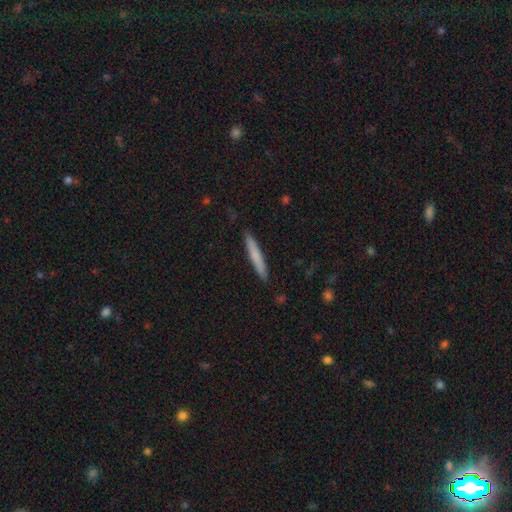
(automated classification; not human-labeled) A smooth galaxy with no disk features (71%) that is cigar-shaped (96%).

Vote fractions:
- Smooth or featured? smooth: 71% / featured or disk: 23% / star or artifact: 6%
- How rounded? cigar-shaped: 96% / in between: 3% / round: 1%
- Merging? none: 91% / minor disturbance: 7% / major disturbance: 1% / merger: 1%